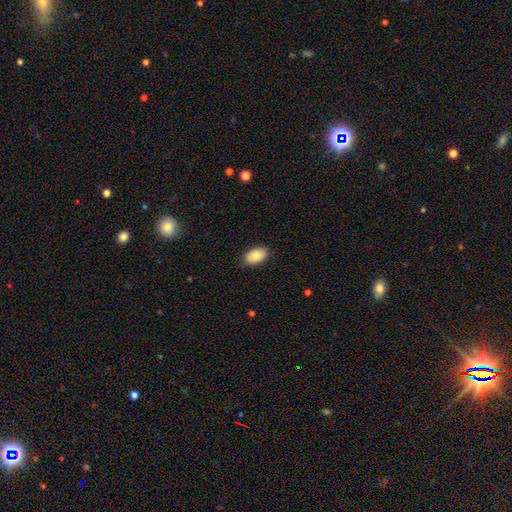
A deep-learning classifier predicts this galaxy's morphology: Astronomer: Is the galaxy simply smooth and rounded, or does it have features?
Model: smooth — 86%.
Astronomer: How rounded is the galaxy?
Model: in between — 93%.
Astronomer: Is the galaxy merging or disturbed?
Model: none — 86%.